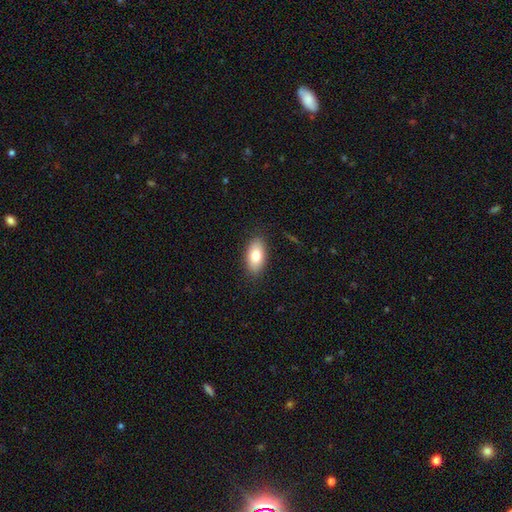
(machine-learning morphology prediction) Smooth or featured: smooth — 79% (featured or disk — 14%)
How rounded: in between — 91% (cigar-shaped — 4%)
Merging: none — 87% (minor disturbance — 10%)